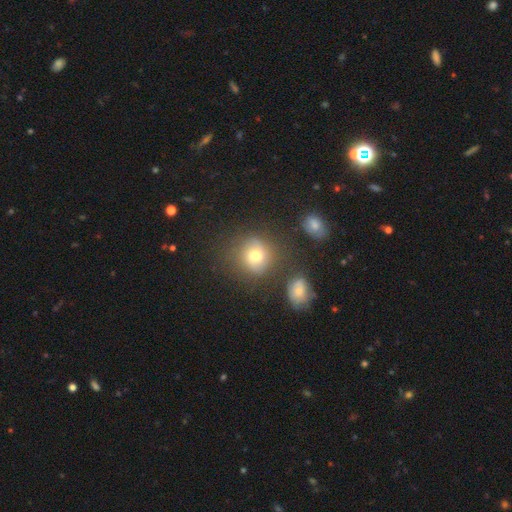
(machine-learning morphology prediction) smooth-or-featured: smooth: 71% | featured or disk: 15% | star or artifact: 15%
  how-rounded: round: 82% | in between: 16% | cigar-shaped: 1%
  merging: none: 70% | minor disturbance: 15% | merger: 8% | major disturbance: 7%